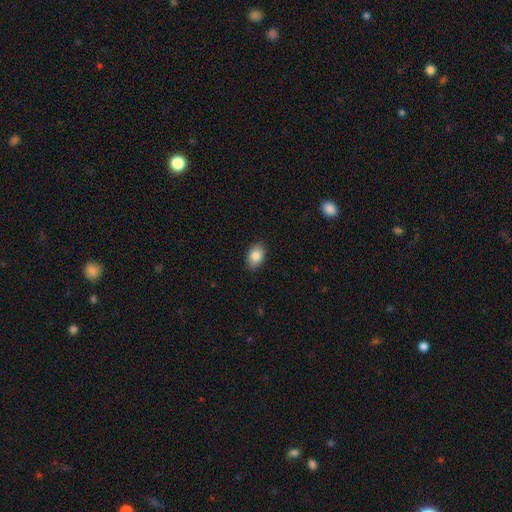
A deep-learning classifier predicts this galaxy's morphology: The model was most divided on "how rounded": in between: 85%, round: 13%, cigar-shaped: 1%. More confident: merging — none (88%); smooth or featured — smooth (86%).